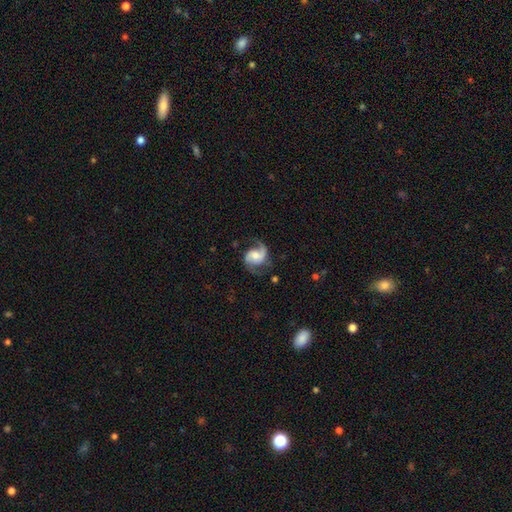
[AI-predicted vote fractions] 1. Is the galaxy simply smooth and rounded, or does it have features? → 84% featured or disk, 10% smooth, 6% star or artifact.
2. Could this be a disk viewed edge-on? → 98% no, 2% yes.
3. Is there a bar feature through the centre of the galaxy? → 55% no, 35% weak, 10% strong.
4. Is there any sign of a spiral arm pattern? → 97% yes, 3% no.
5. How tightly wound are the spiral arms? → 47% medium, 36% loose, 17% tight.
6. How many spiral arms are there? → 81% 2, 13% 1, 3% can't tell, 1% 3, 1% 4, 1% more than 4.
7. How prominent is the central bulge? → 54% moderate, 28% small, 11% large, 5% none, 2% dominant.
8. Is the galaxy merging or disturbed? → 67% none, 19% minor disturbance, 12% major disturbance, 2% merger.